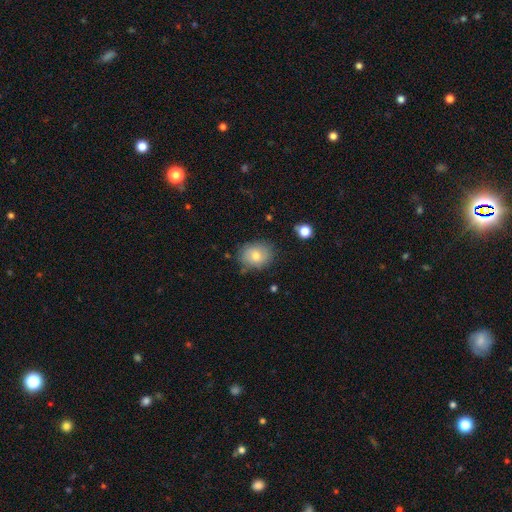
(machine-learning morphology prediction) Smooth or featured: smooth — 73% (featured or disk — 18%)
How rounded: round — 53% (in between — 46%)
Merging: none — 77% (minor disturbance — 17%)